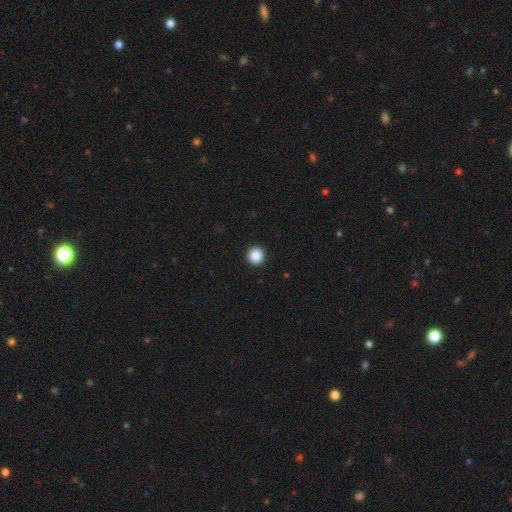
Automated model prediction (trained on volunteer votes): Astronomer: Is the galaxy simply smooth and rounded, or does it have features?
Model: smooth — 87%.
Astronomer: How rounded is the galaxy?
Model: round — 94%.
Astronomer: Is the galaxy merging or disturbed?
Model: none — 93%.